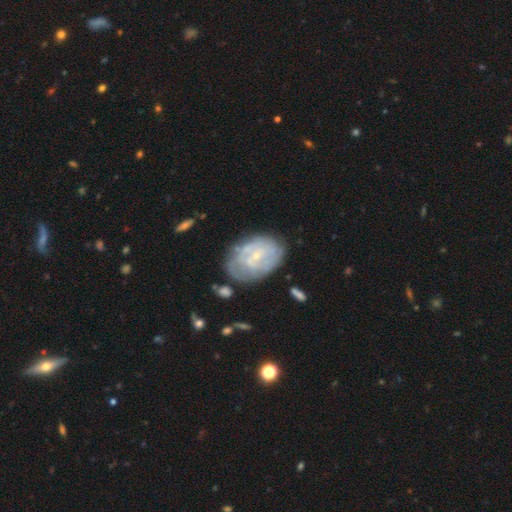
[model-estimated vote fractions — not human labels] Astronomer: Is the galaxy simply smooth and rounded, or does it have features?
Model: featured or disk — 67%.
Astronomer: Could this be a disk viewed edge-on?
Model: no — 96%.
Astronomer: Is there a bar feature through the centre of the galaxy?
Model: no — 60%.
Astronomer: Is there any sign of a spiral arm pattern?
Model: yes — 61% (runner-up: no, 39%).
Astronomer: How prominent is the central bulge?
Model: small — 79%.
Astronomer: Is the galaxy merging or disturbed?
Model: none — 60%.